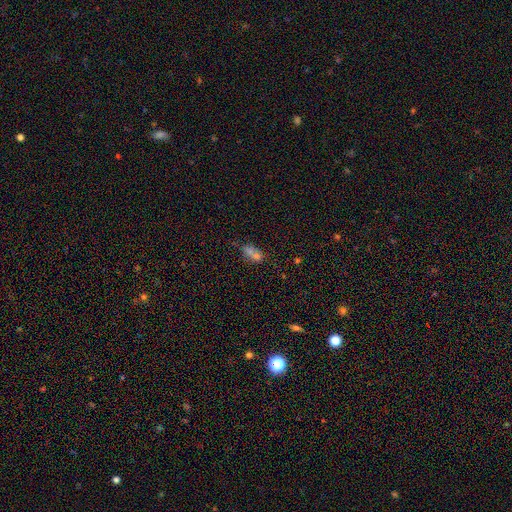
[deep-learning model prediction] Smooth or featured? smooth (59%)
How rounded? in between (71%)
Merging? none (43%)